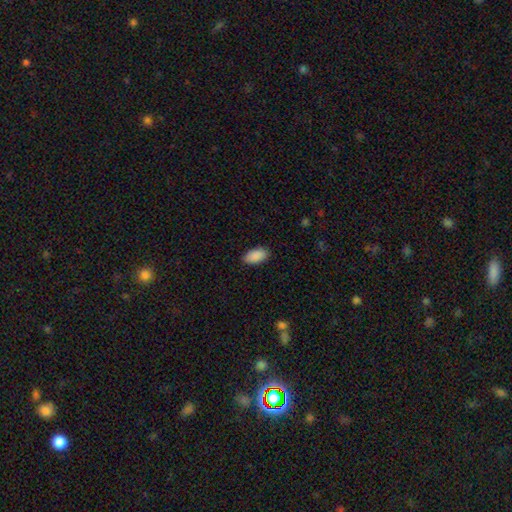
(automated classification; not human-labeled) Smooth or featured? smooth (90%)
How rounded? in between (95%)
Merging? none (87%)